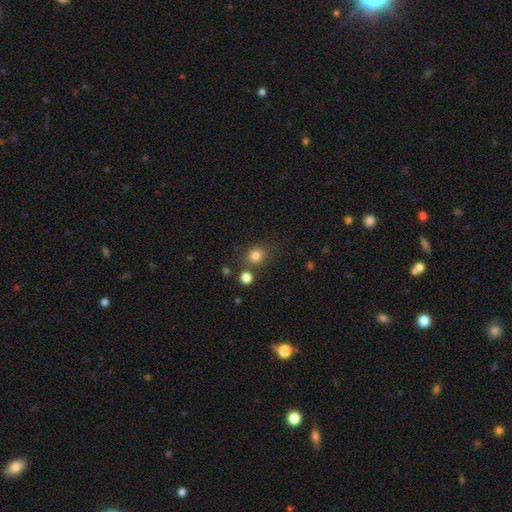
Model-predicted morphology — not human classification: smooth_or_featured: smooth (p=0.82) [alt: star or artifact p=0.13]
how_rounded: round (p=0.78) [alt: in between p=0.21]
merging: none (p=0.74) [alt: merger p=0.11]